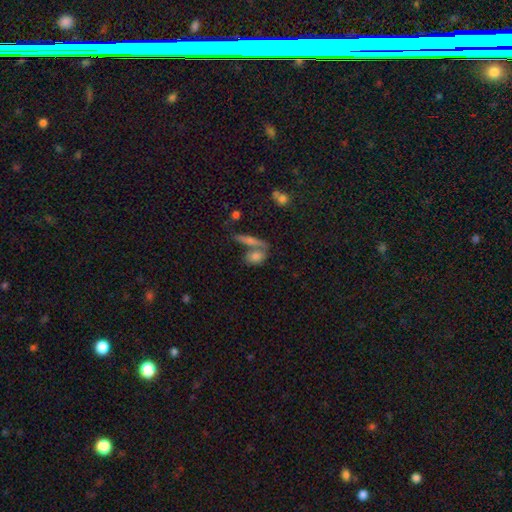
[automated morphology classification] Q: Smooth or featured?
A: smooth (67%); runner-up: featured or disk (21%)
Q: How rounded?
A: in between (67%); runner-up: cigar-shaped (17%)
Q: Merging?
A: none (42%); runner-up: merger (41%)